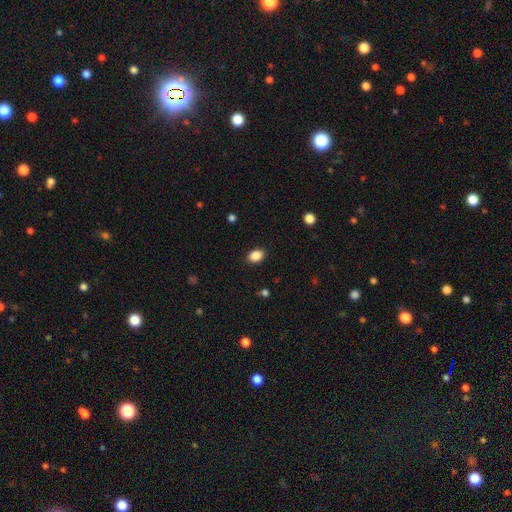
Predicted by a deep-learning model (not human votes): Smooth or featured?
  - smooth: 88% *
  - star or artifact: 9%
  - featured or disk: 3%
How rounded?
  - in between: 77% *
  - round: 22%
  - cigar-shaped: 1%
Merging?
  - none: 89% *
  - minor disturbance: 8%
  - major disturbance: 2%
  - merger: 1%